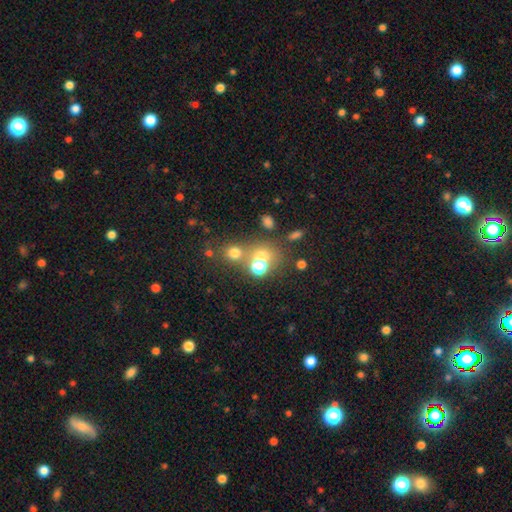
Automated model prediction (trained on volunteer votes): This appears to be a star or artifact, not a galaxy (44%).